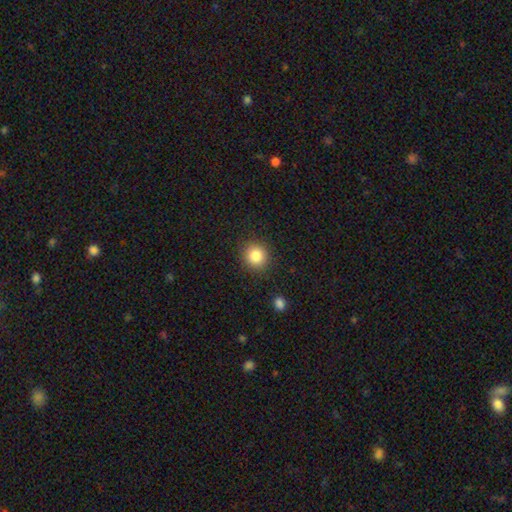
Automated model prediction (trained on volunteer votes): smooth-or-featured: smooth: 84% | star or artifact: 10% | featured or disk: 5%
  how-rounded: round: 88% | in between: 11% | cigar-shaped: 1%
  merging: none: 88% | minor disturbance: 8% | major disturbance: 3% | merger: 2%